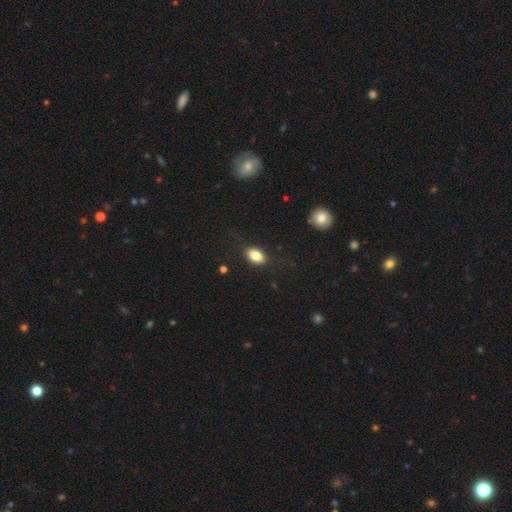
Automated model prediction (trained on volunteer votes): A smooth galaxy with no disk features (84%) that is in between round and cigar-shaped (87%). Merging: none (82%).